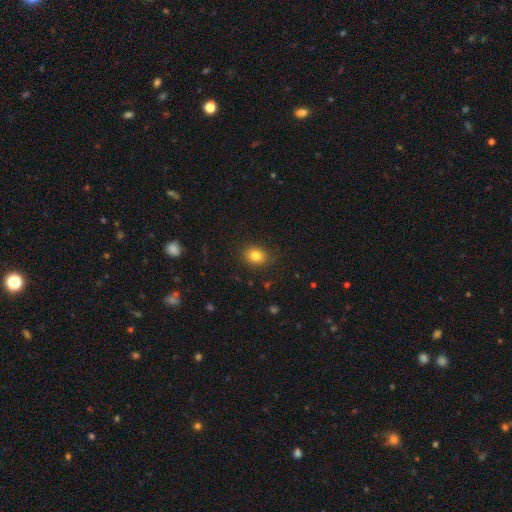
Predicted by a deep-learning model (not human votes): Smooth or featured? Predicted: smooth (p=0.82). How rounded? Predicted: in between (p=0.53). Merging? Predicted: none (p=0.86).